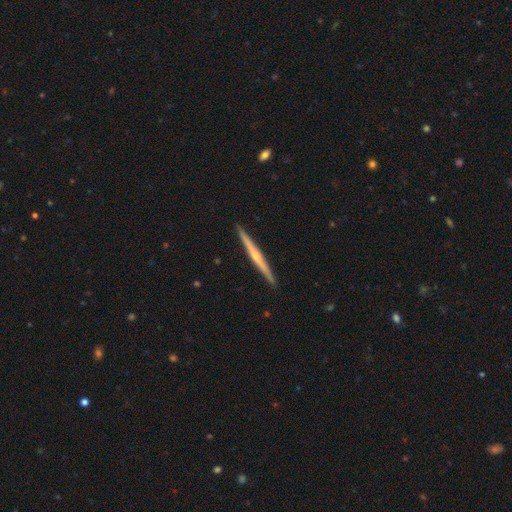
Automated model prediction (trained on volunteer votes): This is likely a featured or disk galaxy (71%). It is clearly viewed edge-on (98%). Edge-on bulge: likely rounded (65%). Merging: clearly none (93%).